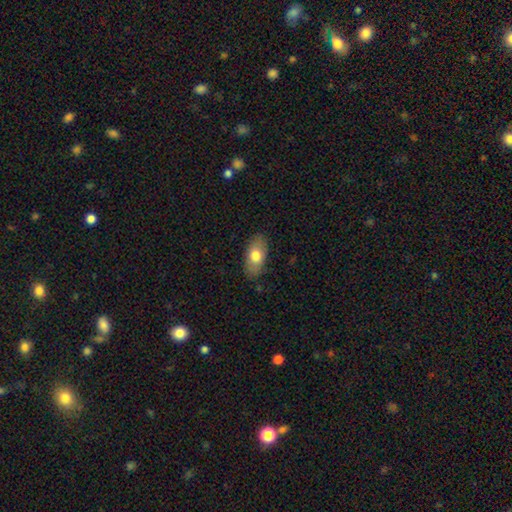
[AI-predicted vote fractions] Smooth or featured? smooth (74%)
How rounded? in between (91%)
Merging? none (83%)